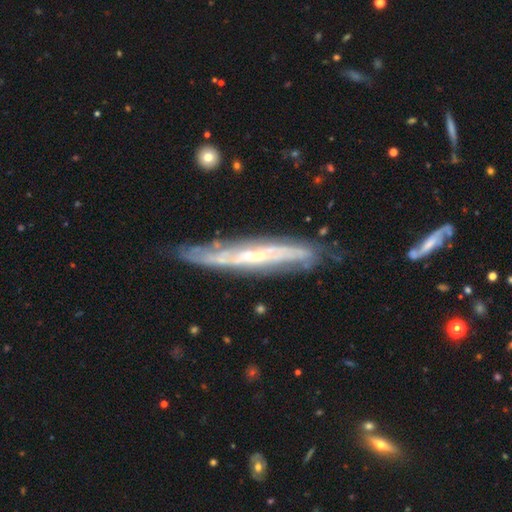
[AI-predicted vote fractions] Morphology: type=featured or disk (79%); edge-on=yes (59%); merging=none (74%).